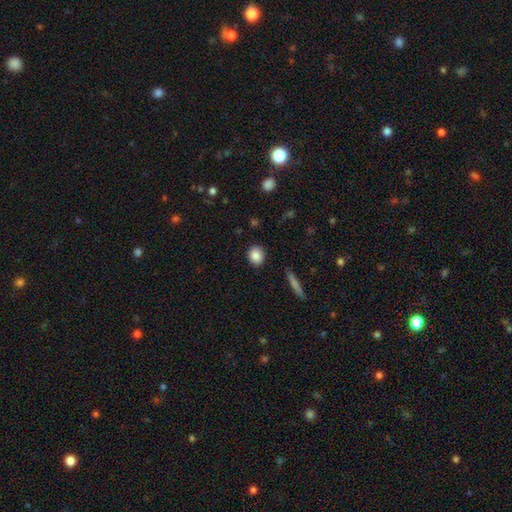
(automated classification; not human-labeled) This is clearly a smooth galaxy (87%). How rounded: likely round (67%). Merging: clearly none (89%).